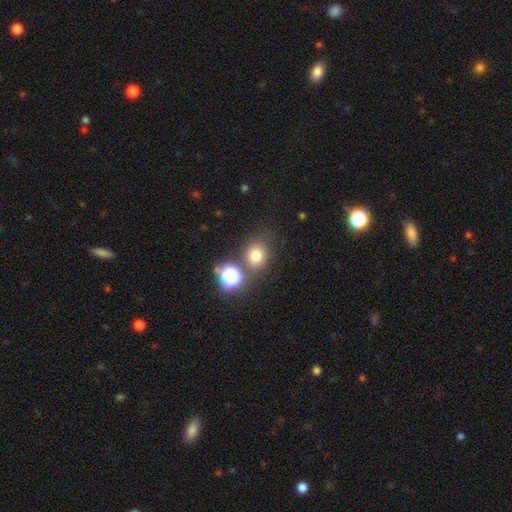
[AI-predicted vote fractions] Smooth or featured?
  - smooth: 74% *
  - star or artifact: 19%
  - featured or disk: 7%
How rounded?
  - round: 71% *
  - in between: 28%
  - cigar-shaped: 1%
Merging?
  - none: 72% *
  - merger: 13%
  - minor disturbance: 11%
  - major disturbance: 4%